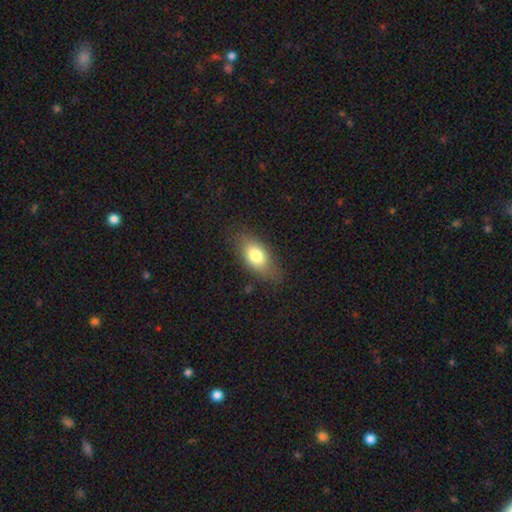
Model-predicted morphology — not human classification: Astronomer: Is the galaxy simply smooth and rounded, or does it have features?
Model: smooth — 77%.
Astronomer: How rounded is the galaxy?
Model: in between — 86%.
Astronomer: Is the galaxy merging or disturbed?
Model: none — 77%.